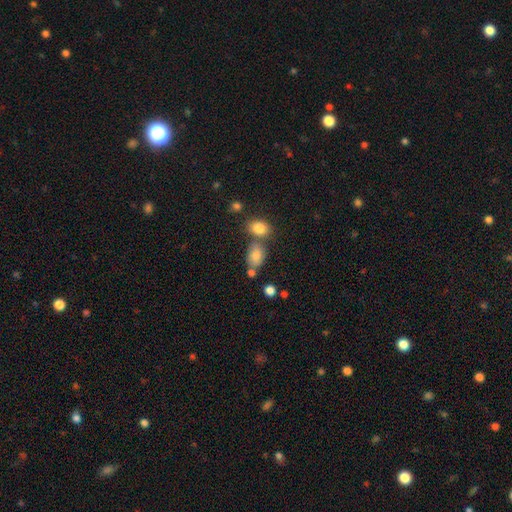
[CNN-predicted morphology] Smooth or featured: smooth — 79% (featured or disk — 11%)
How rounded: in between — 78% (round — 21%)
Merging: none — 53% (merger — 26%)